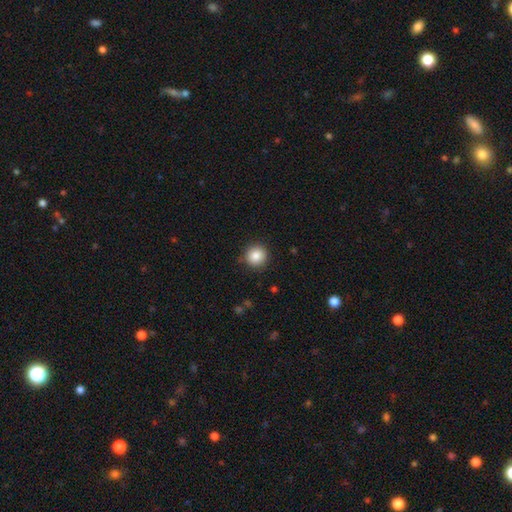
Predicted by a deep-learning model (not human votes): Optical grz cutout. It shows a smooth galaxy with no disk features (86%) that is round (93%). Merging: none (89%).